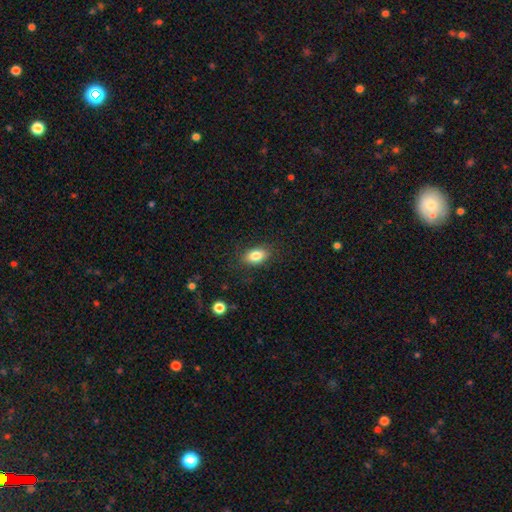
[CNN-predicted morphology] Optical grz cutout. It shows a smooth galaxy with no disk features (84%) that is in between round and cigar-shaped (87%). Merging: none (83%).